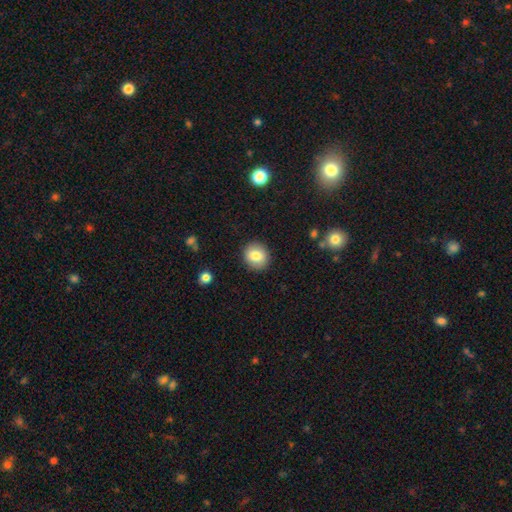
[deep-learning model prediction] Q: Smooth or featured?
A: smooth (81%); runner-up: featured or disk (10%)
Q: How rounded?
A: round (83%); runner-up: in between (16%)
Q: Merging?
A: none (89%); runner-up: minor disturbance (7%)